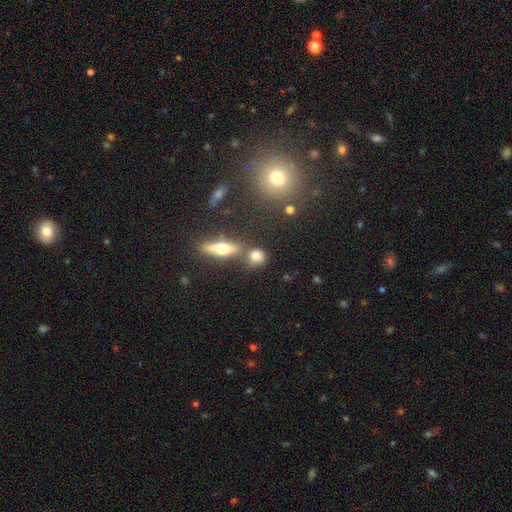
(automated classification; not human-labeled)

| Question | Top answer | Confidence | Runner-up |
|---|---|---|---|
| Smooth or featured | smooth | 74% | featured or disk (13%) |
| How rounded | round | 70% | in between (24%) |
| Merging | none | 66% | merger (17%) |